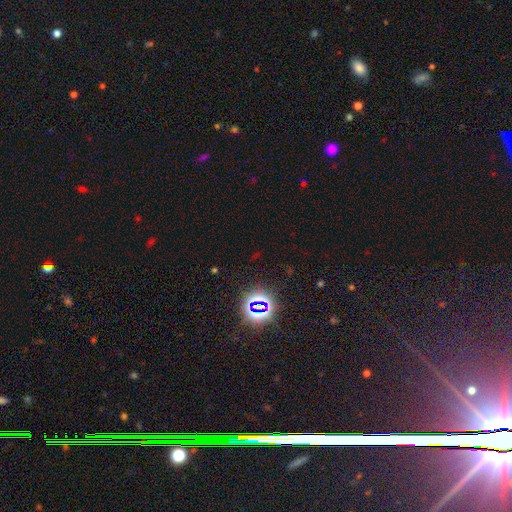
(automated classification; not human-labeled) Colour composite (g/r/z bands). It shows a star or artifact, not a galaxy (76%).